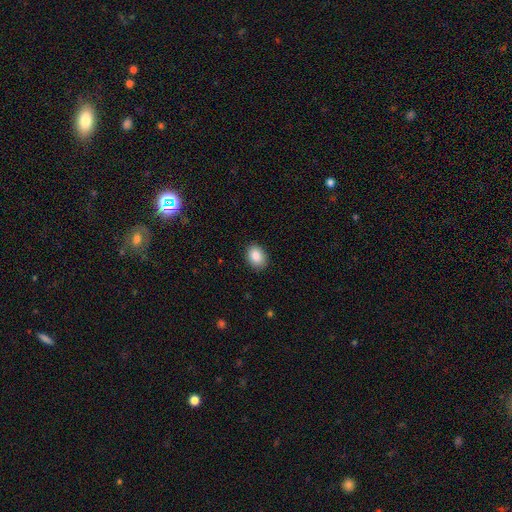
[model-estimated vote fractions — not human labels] Morphology: type=smooth (87%); roundness=in between (68%); merging=none (89%).